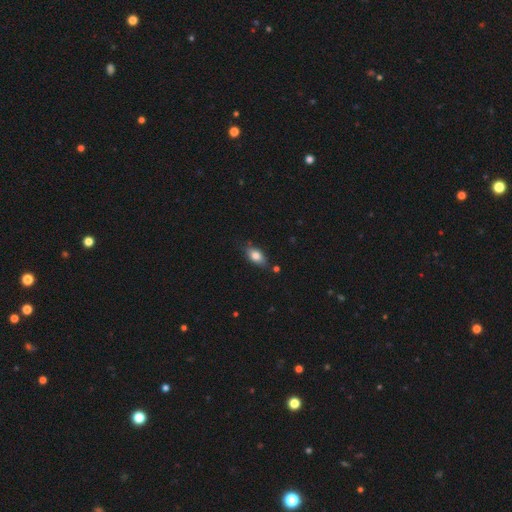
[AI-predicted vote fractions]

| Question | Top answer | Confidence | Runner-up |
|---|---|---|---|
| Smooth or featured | smooth | 79% | featured or disk (13%) |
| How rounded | in between | 86% | round (7%) |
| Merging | none | 75% | minor disturbance (19%) |